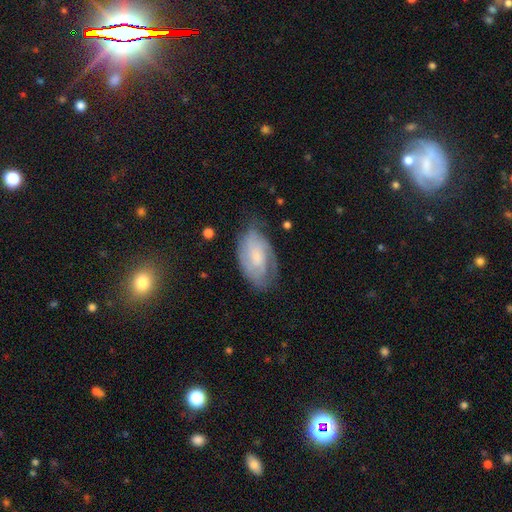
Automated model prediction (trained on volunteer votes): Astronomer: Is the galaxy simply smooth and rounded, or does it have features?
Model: featured or disk — 60%.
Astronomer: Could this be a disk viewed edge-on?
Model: no — 95%.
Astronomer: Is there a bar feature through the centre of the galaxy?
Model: no — 63%.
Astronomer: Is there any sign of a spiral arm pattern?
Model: yes — 84%.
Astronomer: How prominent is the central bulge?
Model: small — 39% (runner-up: moderate, 34%).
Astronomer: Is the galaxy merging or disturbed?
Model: none — 61%.